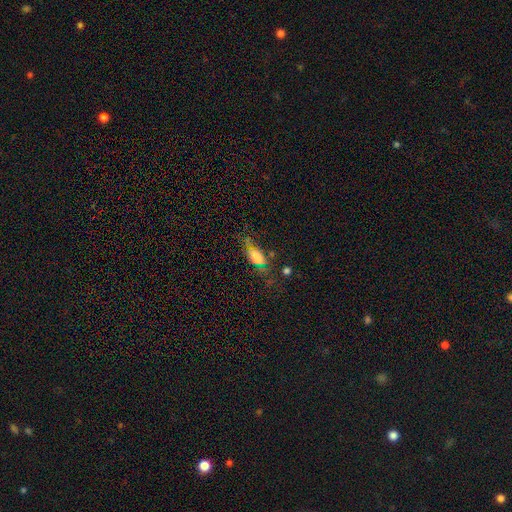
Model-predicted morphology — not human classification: Smooth or featured?
  - smooth: 59% *
  - featured or disk: 27%
  - star or artifact: 14%
How rounded?
  - in between: 72% *
  - cigar-shaped: 23%
  - round: 5%
Merging?
  - none: 53% *
  - minor disturbance: 24%
  - major disturbance: 17%
  - merger: 5%